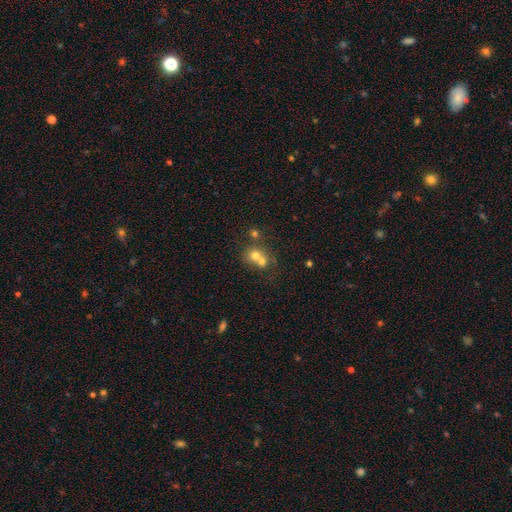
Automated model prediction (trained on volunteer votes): A smooth galaxy with no disk features (68%) that is round (77%). Merging: merger (60%).